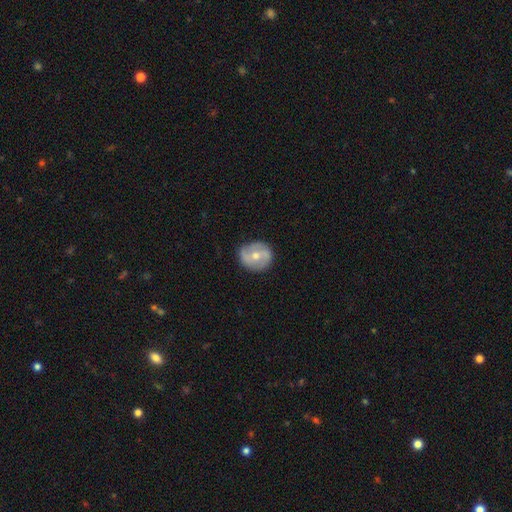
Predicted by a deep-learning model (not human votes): This appears to be a featured or disk galaxy (58%) with no bar (50%), spiral arms (72%) and a moderate central bulge (60%). Merging: none (82%).